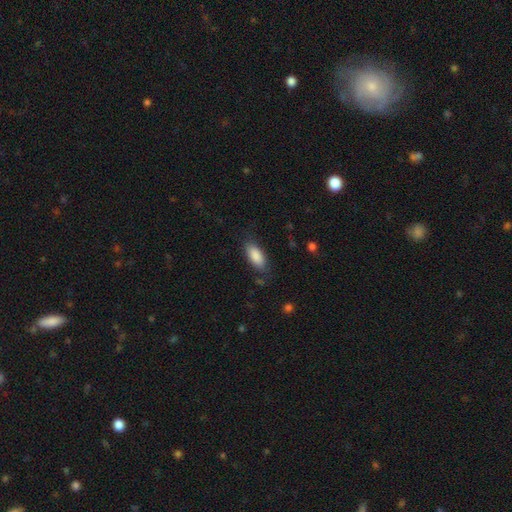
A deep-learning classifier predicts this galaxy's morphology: A smooth galaxy with no disk features (87%) that is in between round and cigar-shaped (86%). Merging: none (78%).